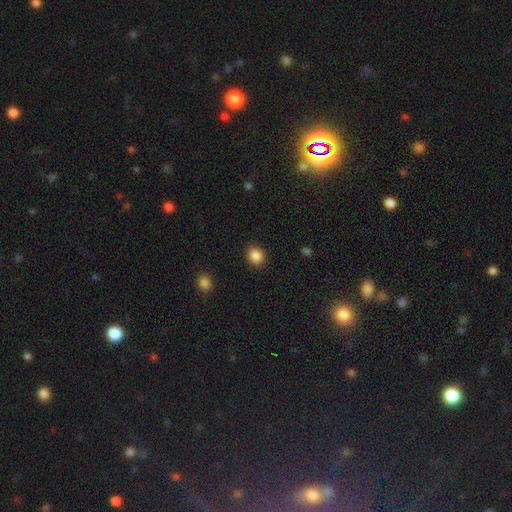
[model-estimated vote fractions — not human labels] Morphology: type=smooth (87%); roundness=round (76%); merging=none (90%).